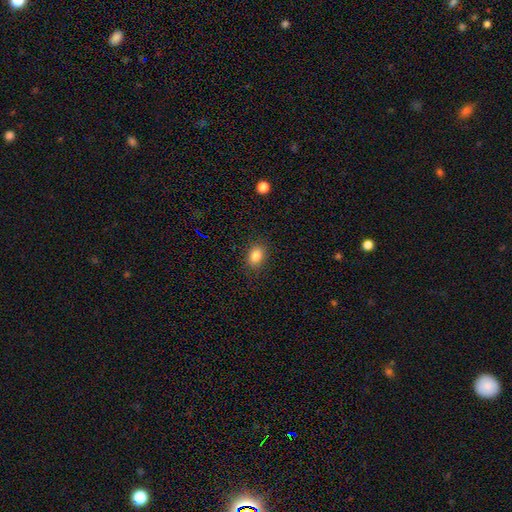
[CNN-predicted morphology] smooth-or-featured: smooth: 85% | star or artifact: 10% | featured or disk: 5%
  how-rounded: in between: 72% | round: 27% | cigar-shaped: 1%
  merging: none: 87% | minor disturbance: 9% | major disturbance: 3% | merger: 1%